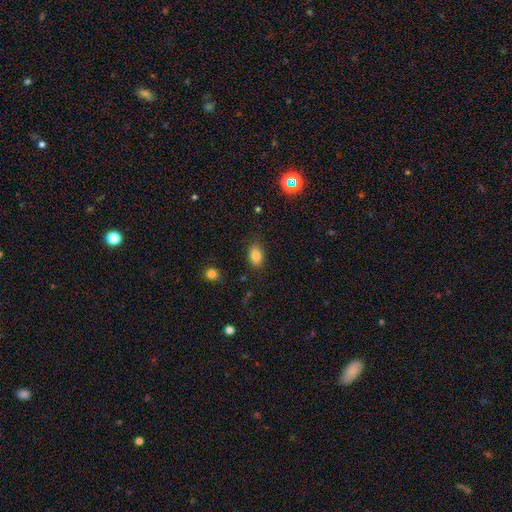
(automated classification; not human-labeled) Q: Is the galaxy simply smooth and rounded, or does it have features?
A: smooth — 82%.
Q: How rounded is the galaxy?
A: in between — 78%.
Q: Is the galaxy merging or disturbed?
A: none — 84%.